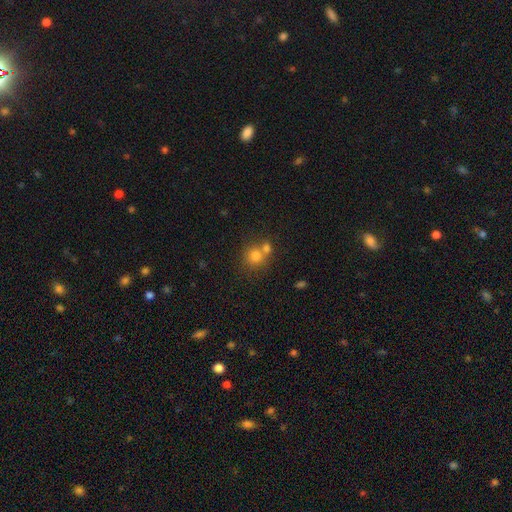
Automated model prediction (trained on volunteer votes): smooth 77%, star or artifact 12%, featured or disk 11%. Down the decision tree: how rounded — round (85%); merging — none (47%).